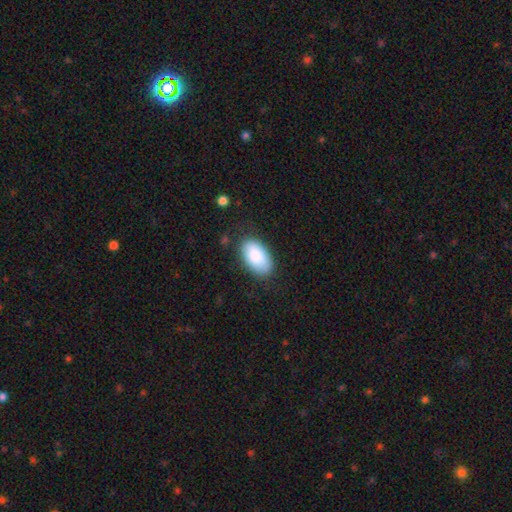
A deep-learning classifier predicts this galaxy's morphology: Overall: smooth (87%). How rounded: in between (95%). Merging: none (81%).